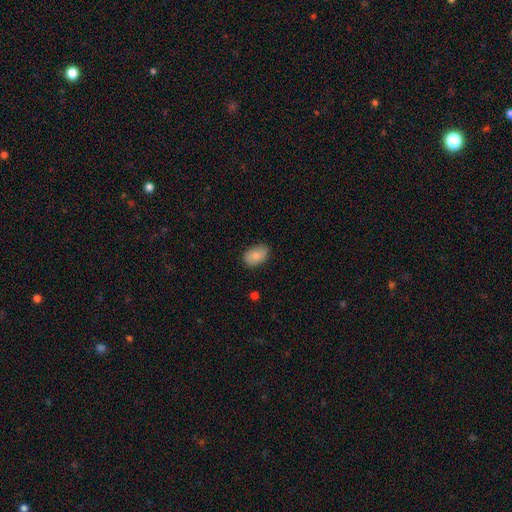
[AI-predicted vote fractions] smooth_or_featured: smooth (p=0.81) [alt: featured or disk p=0.12]
how_rounded: in between (p=0.86) [alt: round p=0.12]
merging: none (p=0.81) [alt: minor disturbance p=0.15]